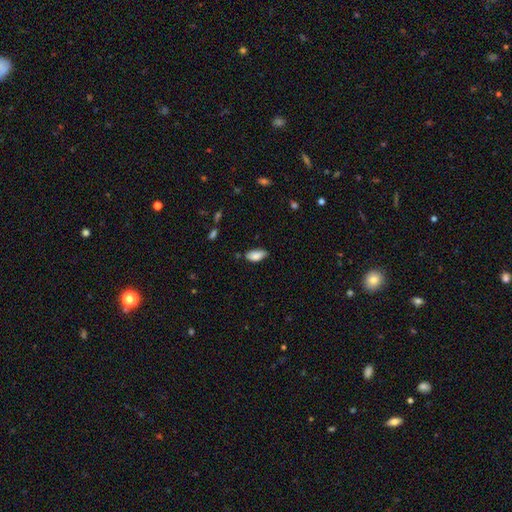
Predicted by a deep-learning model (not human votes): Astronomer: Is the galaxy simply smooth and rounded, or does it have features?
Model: smooth — 86%.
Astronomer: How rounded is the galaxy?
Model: in between — 92%.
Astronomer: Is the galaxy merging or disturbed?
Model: none — 72%.